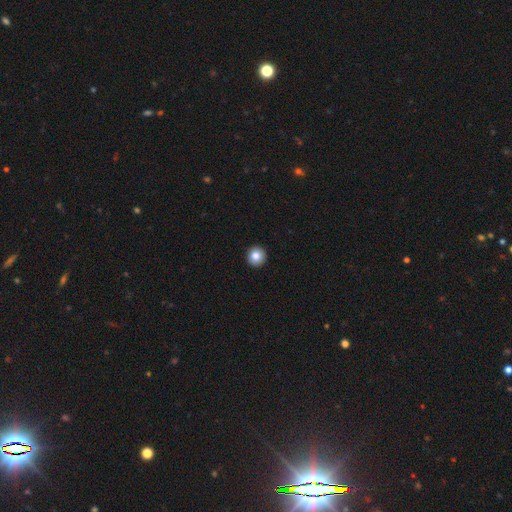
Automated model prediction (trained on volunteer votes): A smooth galaxy with no disk features (84%) that is round (95%). Merging: none (94%).